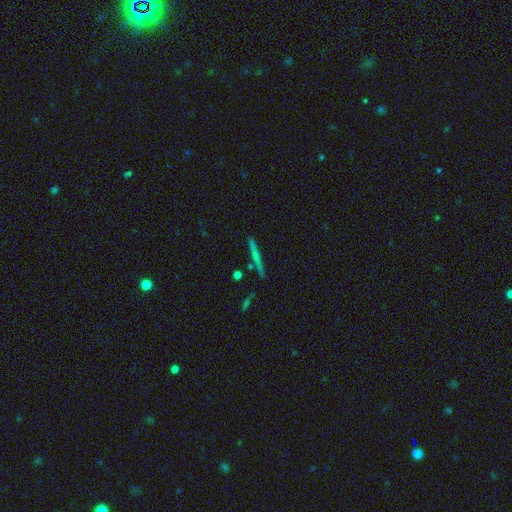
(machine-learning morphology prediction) Smooth or featured?
  - smooth: 47% *
  - featured or disk: 43%
  - star or artifact: 9%
Merging?
  - none: 85% *
  - minor disturbance: 10%
  - merger: 4%
  - major disturbance: 2%